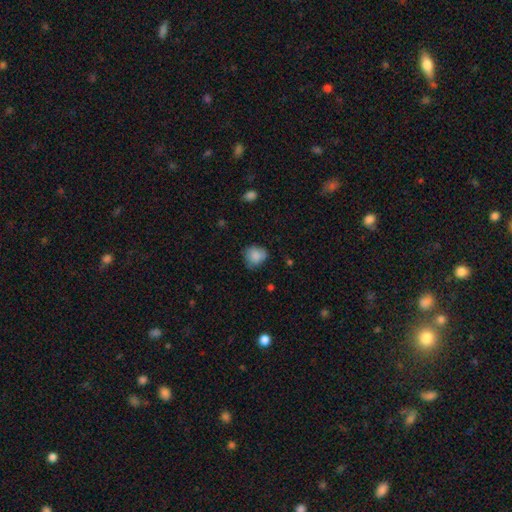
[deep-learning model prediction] This is clearly a smooth galaxy (84%). How rounded: likely round (70%). Merging: likely none (63%).